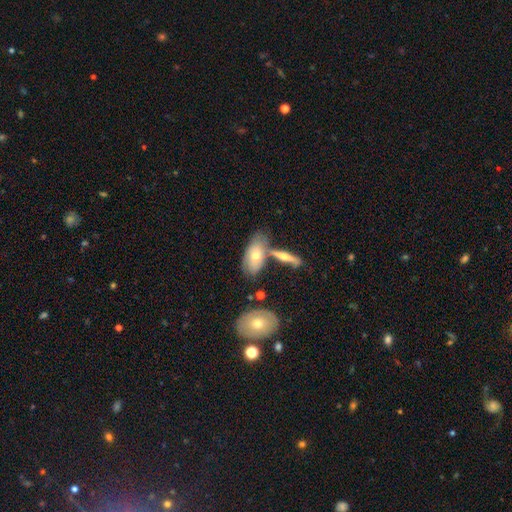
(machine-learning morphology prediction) Smooth or featured?
  - smooth: 61% *
  - featured or disk: 32%
  - star or artifact: 7%
How rounded?
  - in between: 88% *
  - cigar-shaped: 8%
  - round: 4%
Merging?
  - none: 48% *
  - merger: 30%
  - minor disturbance: 16%
  - major disturbance: 5%